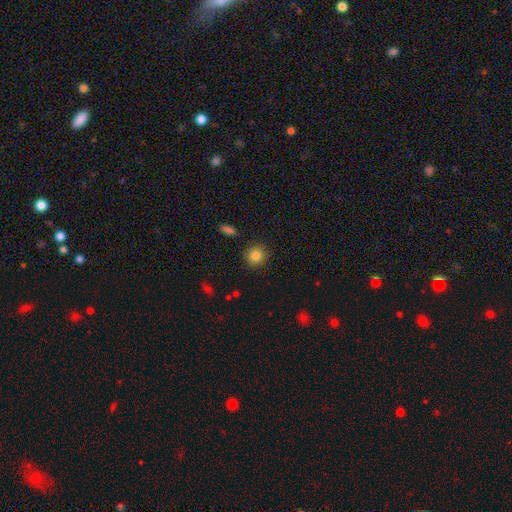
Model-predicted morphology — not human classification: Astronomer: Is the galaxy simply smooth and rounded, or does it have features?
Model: smooth — 84%.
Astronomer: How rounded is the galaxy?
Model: round — 89%.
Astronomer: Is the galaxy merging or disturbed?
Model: none — 88%.